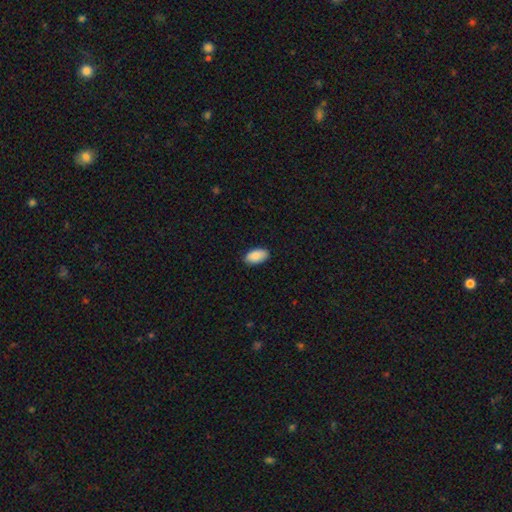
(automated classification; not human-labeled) Overall: smooth (89%). How rounded: in between (95%). Merging: none (87%).